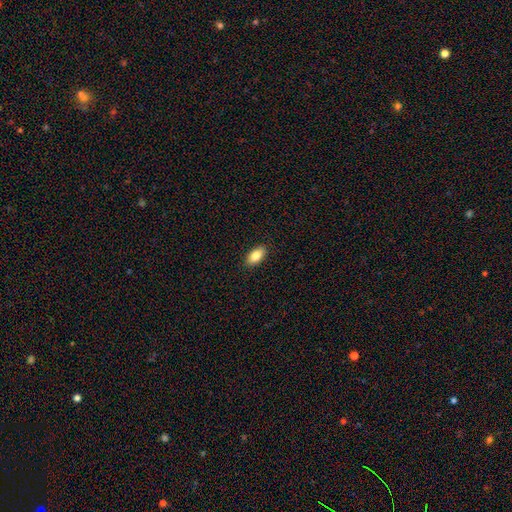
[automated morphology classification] This is clearly a smooth galaxy (84%). How rounded: clearly in between (92%). Merging: clearly none (90%).